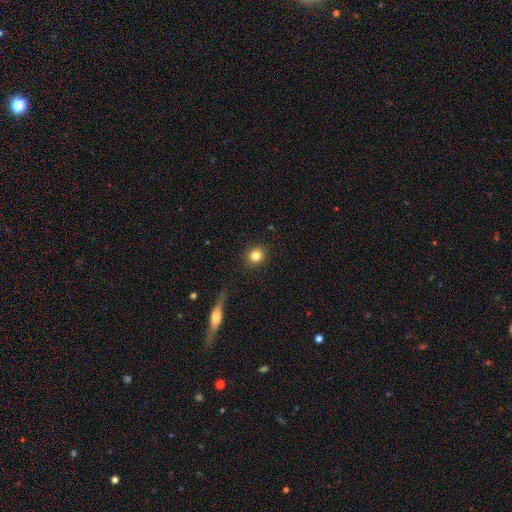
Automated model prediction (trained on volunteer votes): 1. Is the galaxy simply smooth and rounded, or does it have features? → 83% smooth, 11% star or artifact, 7% featured or disk.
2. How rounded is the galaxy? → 88% round, 11% in between, 1% cigar-shaped.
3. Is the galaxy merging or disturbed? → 90% none, 6% minor disturbance, 2% major disturbance, 1% merger.